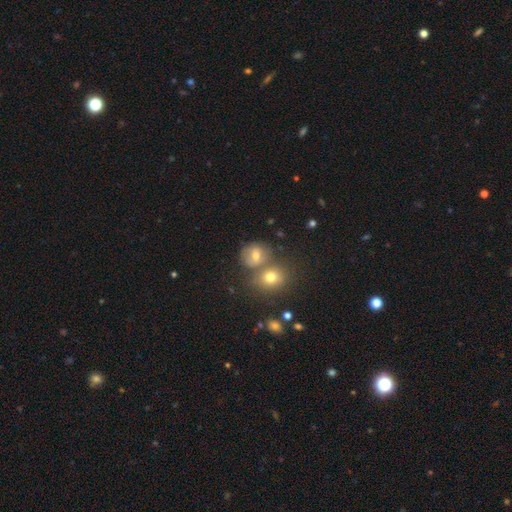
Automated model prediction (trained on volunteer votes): The model was most divided on "merging": none: 51%, merger: 32%, minor disturbance: 12%, major disturbance: 5%. More confident: how rounded — round (73%); smooth or featured — smooth (66%).